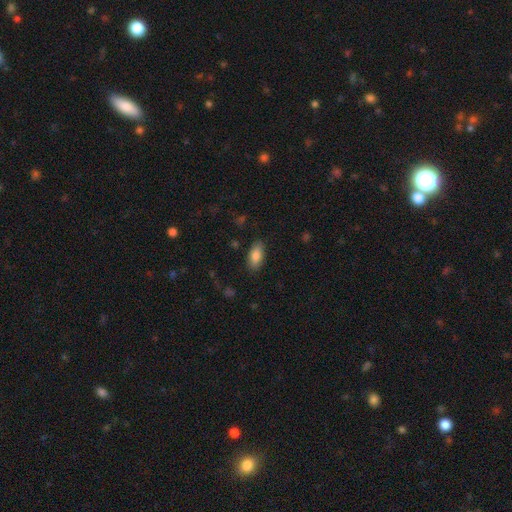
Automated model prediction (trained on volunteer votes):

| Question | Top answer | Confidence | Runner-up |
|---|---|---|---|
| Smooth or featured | smooth | 85% | featured or disk (8%) |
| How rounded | in between | 89% | cigar-shaped (8%) |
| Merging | none | 85% | minor disturbance (11%) |